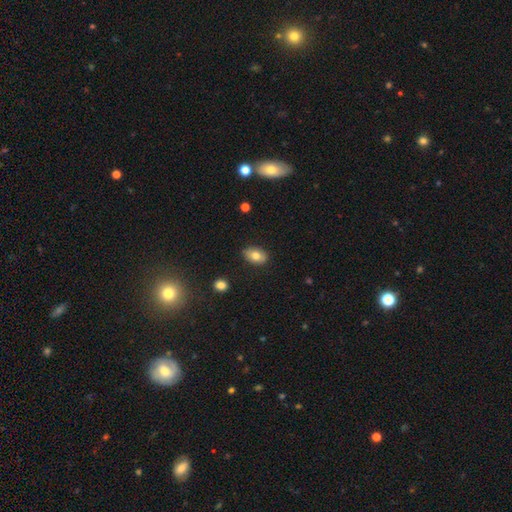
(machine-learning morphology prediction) This is likely a smooth galaxy (76%). How rounded: clearly in between (86%). Merging: clearly none (83%).